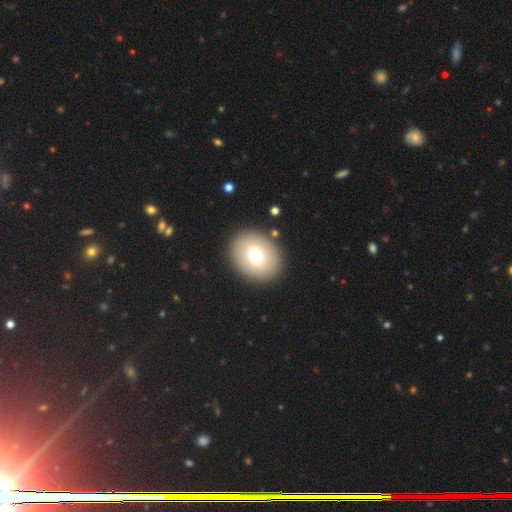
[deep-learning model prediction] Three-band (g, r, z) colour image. It shows a smooth galaxy with no disk features (73%) that is round (51%). Merging: none (89%).